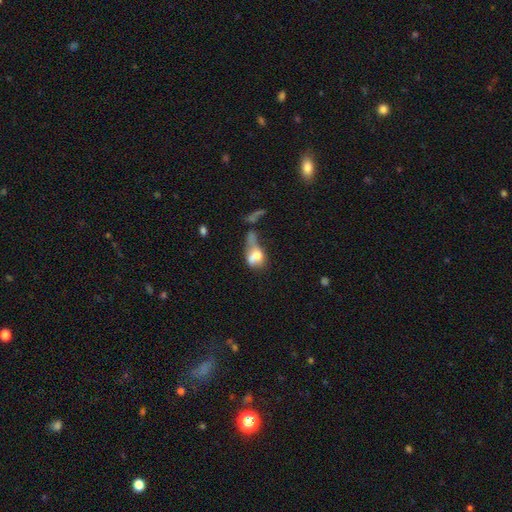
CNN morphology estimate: Overall: smooth (55%; featured or disk 32%). How rounded: in between (67%; round 27%). Merging: merger (46%; major disturbance 31%).